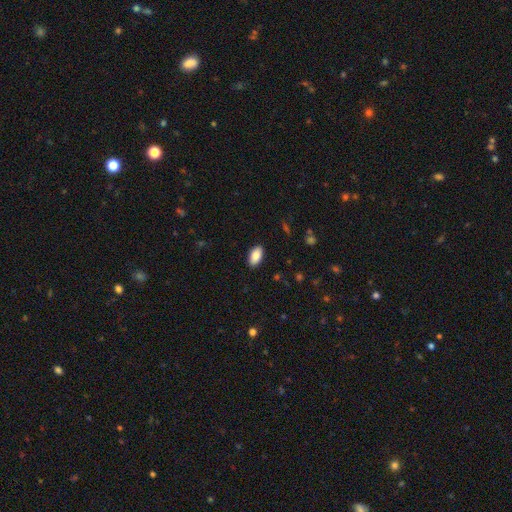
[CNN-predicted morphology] This is clearly a smooth galaxy (89%). How rounded: clearly in between (94%). Merging: clearly none (89%).